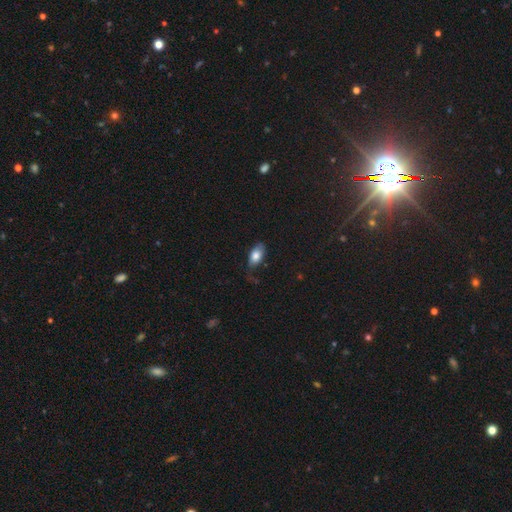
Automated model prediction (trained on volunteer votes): The model was most divided on "merging": none: 66%, minor disturbance: 25%, major disturbance: 6%, merger: 2%. More confident: how rounded — in between (91%); smooth or featured — smooth (81%).